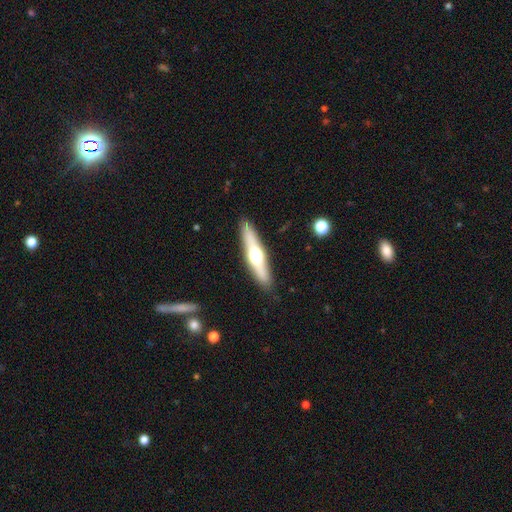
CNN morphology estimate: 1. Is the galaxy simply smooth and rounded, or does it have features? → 57% featured or disk, 37% smooth, 6% star or artifact.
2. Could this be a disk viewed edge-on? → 92% yes, 8% no.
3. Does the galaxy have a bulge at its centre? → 93% rounded, 3% boxy, 3% none.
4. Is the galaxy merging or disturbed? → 88% none, 8% minor disturbance, 2% major disturbance, 1% merger.